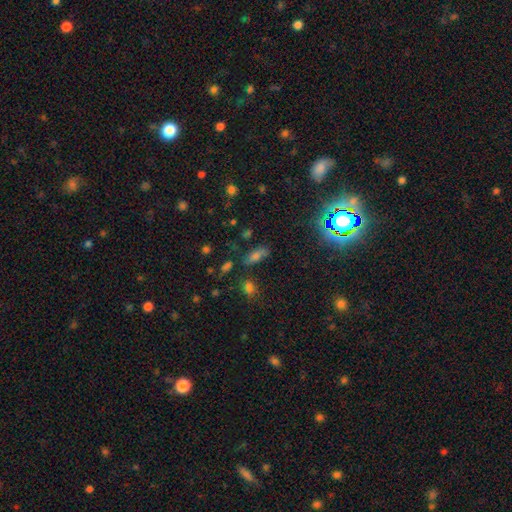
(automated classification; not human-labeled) Q: Smooth or featured?
A: smooth (54%); runner-up: star or artifact (31%)
Q: How rounded?
A: in between (75%); runner-up: cigar-shaped (18%)
Q: Merging?
A: none (68%); runner-up: minor disturbance (17%)